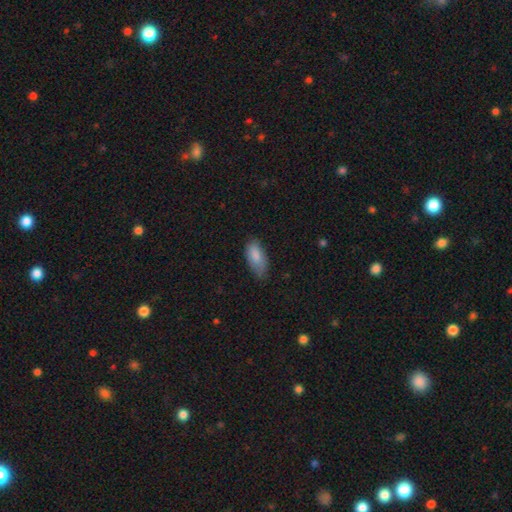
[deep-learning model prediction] smooth-or-featured: smooth: 85% | featured or disk: 9% | star or artifact: 6%
  how-rounded: in between: 89% | cigar-shaped: 9% | round: 2%
  merging: none: 61% | minor disturbance: 32% | major disturbance: 6% | merger: 1%